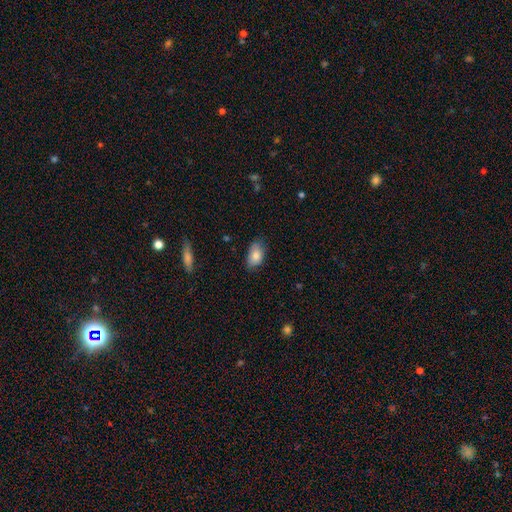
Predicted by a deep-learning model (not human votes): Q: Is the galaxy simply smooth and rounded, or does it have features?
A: smooth — 84%.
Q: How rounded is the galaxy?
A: in between — 91%.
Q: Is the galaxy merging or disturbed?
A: none — 73%.